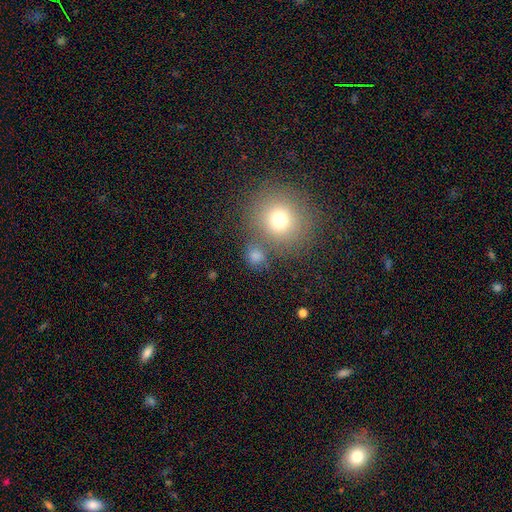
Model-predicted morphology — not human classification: smooth 74%, star or artifact 17%, featured or disk 9%. Down the decision tree: how rounded — round (82%); merging — none (66%).